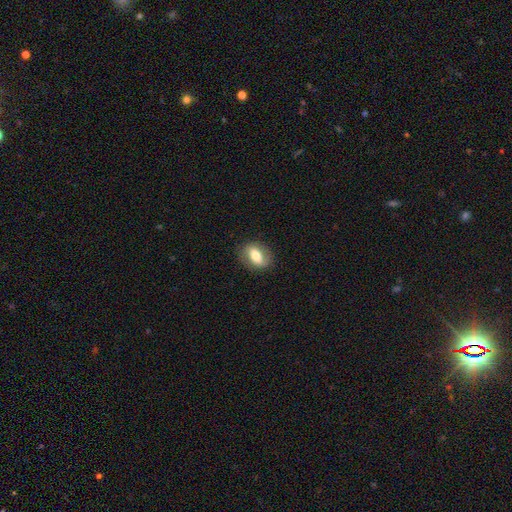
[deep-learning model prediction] This is possibly a smooth galaxy (56%). How rounded: likely in between (73%). Merging: clearly none (83%).